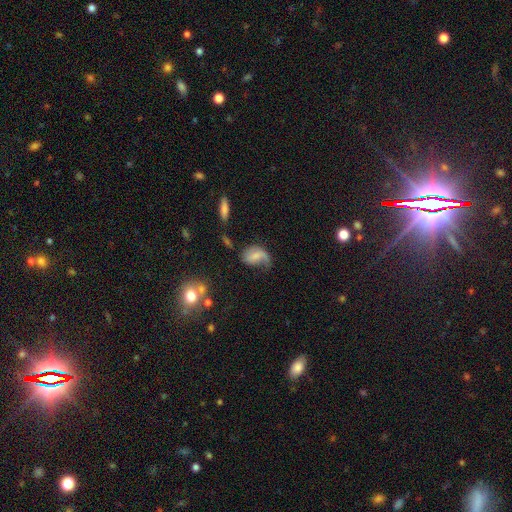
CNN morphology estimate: smooth_or_featured: smooth (p=0.49) [alt: featured or disk p=0.41]
merging: none (p=0.33) [alt: major disturbance p=0.32]